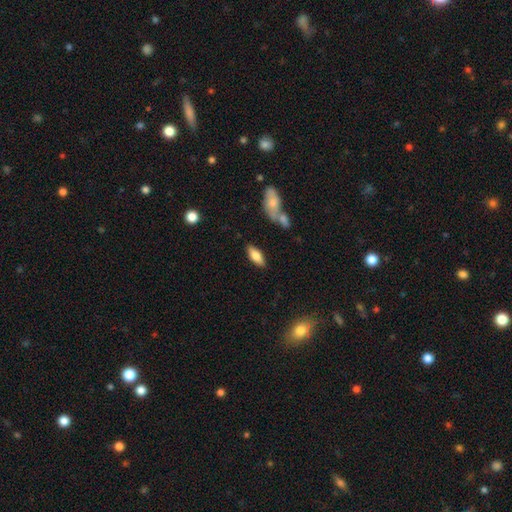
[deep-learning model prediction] Smooth or featured: smooth — 71% (featured or disk — 22%)
How rounded: in between — 77% (cigar-shaped — 21%)
Merging: none — 81% (minor disturbance — 11%)